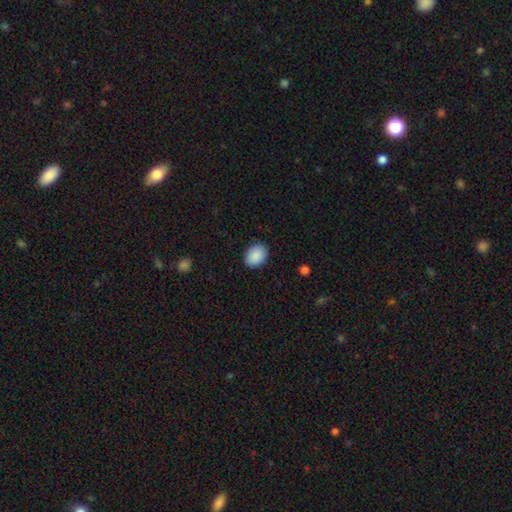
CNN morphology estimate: Overall: smooth (89%). How rounded: in between (68%; round 32%). Merging: none (86%).